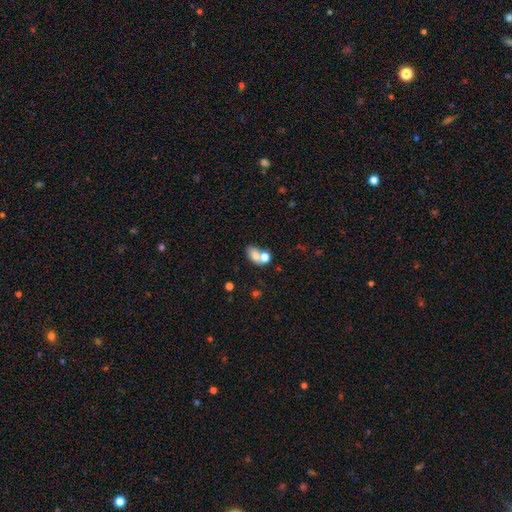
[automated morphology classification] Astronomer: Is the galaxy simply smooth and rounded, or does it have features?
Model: smooth — 73%.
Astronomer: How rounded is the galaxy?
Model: in between — 77%.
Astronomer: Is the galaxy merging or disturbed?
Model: merger — 49% (runner-up: none, 32%).